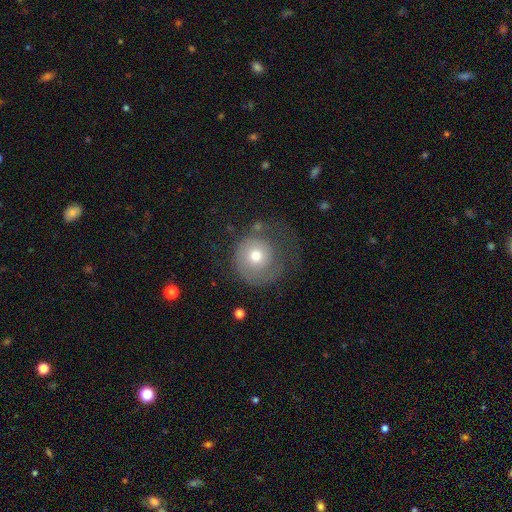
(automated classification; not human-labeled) smooth-or-featured: smooth: 56% | featured or disk: 36% | star or artifact: 8%
  how-rounded: round: 91% | in between: 8% | cigar-shaped: 1%
  merging: none: 43% | major disturbance: 33% | minor disturbance: 21% | merger: 2%